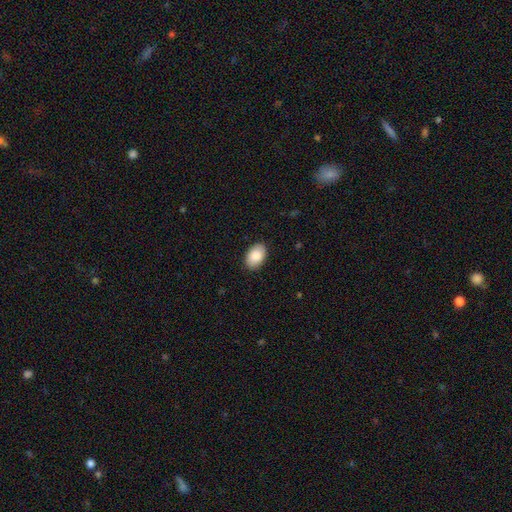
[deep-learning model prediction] Overall: smooth (88%). How rounded: in between (91%). Merging: none (88%).